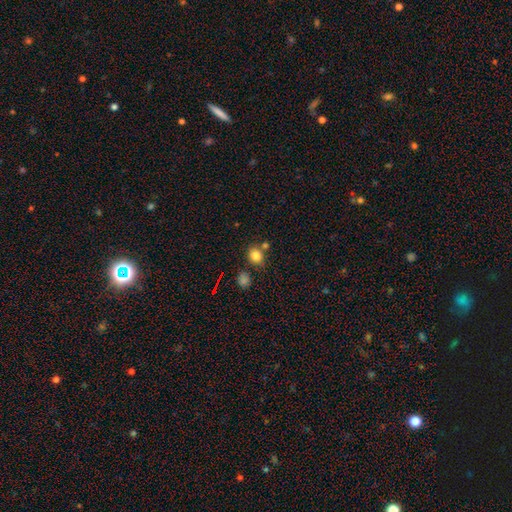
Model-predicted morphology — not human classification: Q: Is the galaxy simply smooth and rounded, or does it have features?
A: smooth — 81%.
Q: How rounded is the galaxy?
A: round — 69%.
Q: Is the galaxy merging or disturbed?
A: none — 68%.